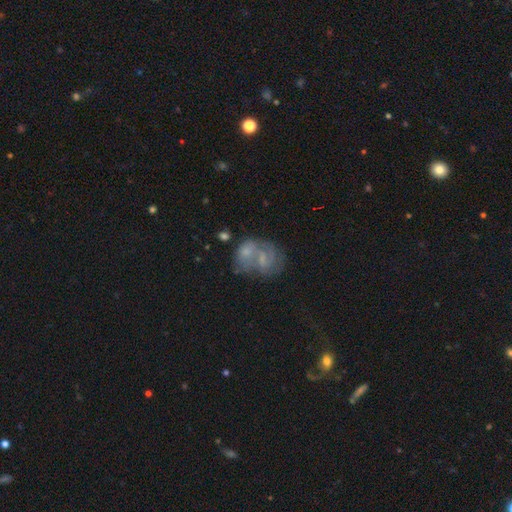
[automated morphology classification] smooth-or-featured: featured or disk: 57% | smooth: 28% | star or artifact: 15%
  disk-edge-on: no: 97% | yes: 3%
    bar: no: 61% | weak: 31% | strong: 8%
    has-spiral-arms: yes: 66% | no: 34%
    bulge-size: small: 58% | moderate: 23% | none: 15% | large: 2% | dominant: 2%
  merging: merger: 48% | none: 32% | minor disturbance: 12% | major disturbance: 8%